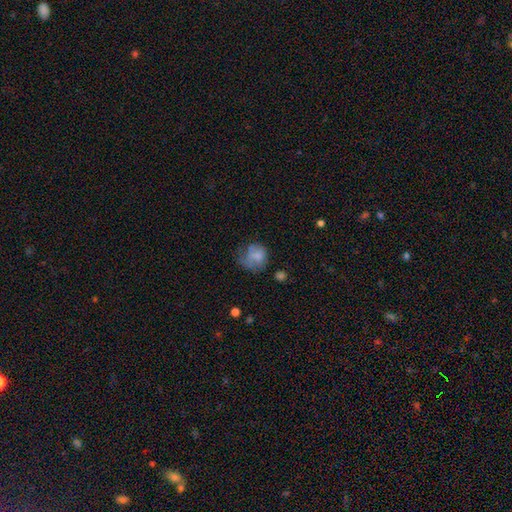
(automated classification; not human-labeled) Smooth or featured: smooth — 70% (featured or disk — 21%)
How rounded: round — 71% (in between — 28%)
Merging: none — 40% (minor disturbance — 30%)